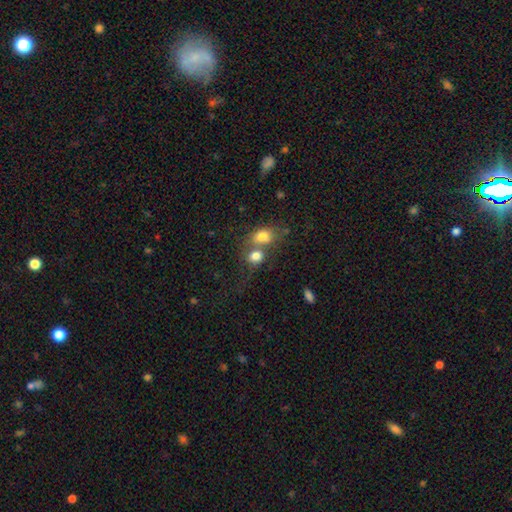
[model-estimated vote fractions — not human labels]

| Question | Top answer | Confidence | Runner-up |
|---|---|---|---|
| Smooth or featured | smooth | 79% | featured or disk (11%) |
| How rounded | round | 62% | in between (37%) |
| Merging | merger | 58% | none (28%) |